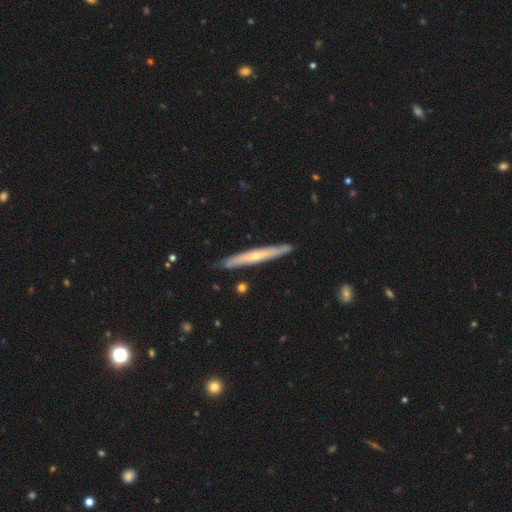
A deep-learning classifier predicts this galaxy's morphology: Smooth or featured?
  - featured or disk: 55% *
  - smooth: 40%
  - star or artifact: 5%
Edge-on disk?
  - yes: 92% *
  - no: 8%
Edge-on bulge?
  - rounded: 52% *
  - none: 45%
  - boxy: 3%
Merging?
  - none: 87% *
  - minor disturbance: 10%
  - merger: 2%
  - major disturbance: 2%